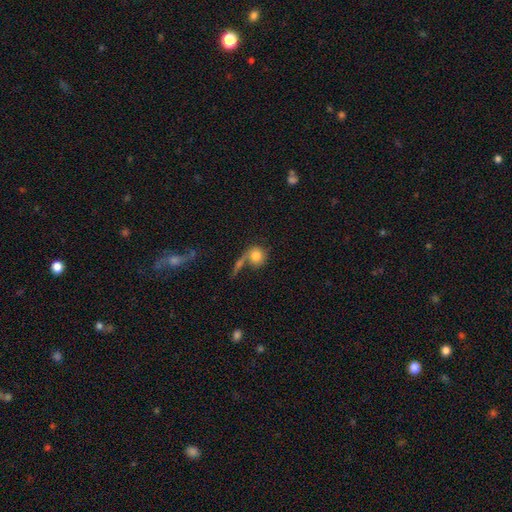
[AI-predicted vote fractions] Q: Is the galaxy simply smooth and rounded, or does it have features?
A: smooth — 75%.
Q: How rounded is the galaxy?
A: round — 82%.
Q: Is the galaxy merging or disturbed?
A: none — 41%.